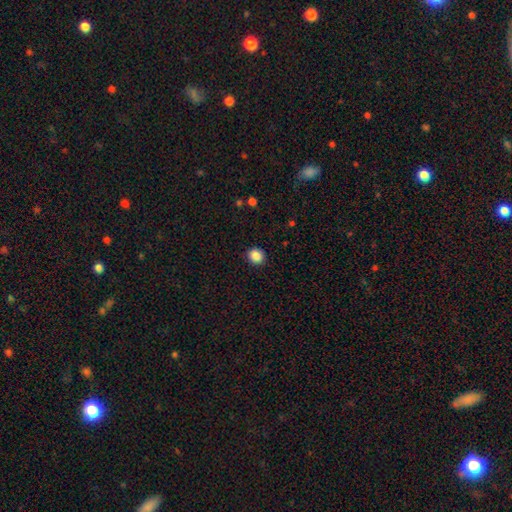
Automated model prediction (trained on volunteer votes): A smooth galaxy with no disk features (87%) that is round (78%). Merging: none (90%).